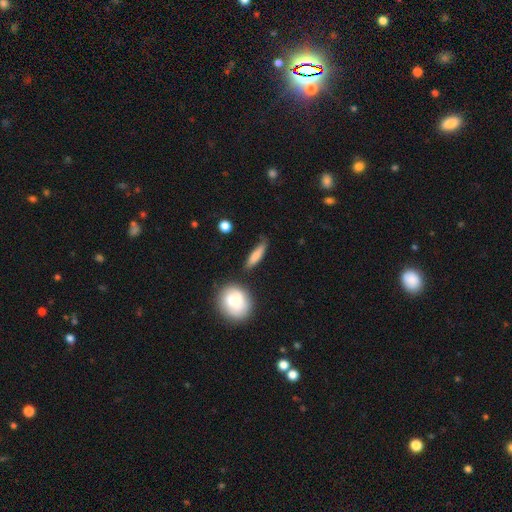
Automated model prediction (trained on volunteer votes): A smooth galaxy with no disk features (76%) that is cigar-shaped (72%).

Vote fractions:
- Smooth or featured? smooth: 76% / featured or disk: 18% / star or artifact: 7%
- How rounded? cigar-shaped: 72% / in between: 24% / round: 4%
- Merging? none: 73% / minor disturbance: 18% / merger: 4% / major disturbance: 4%